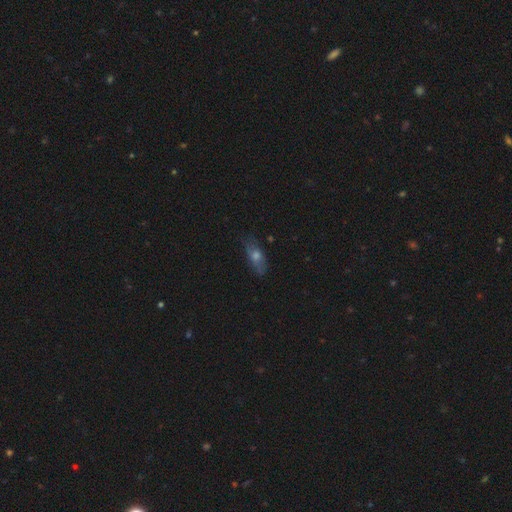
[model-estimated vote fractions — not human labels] smooth 54%, featured or disk 34%, star or artifact 12%. Down the decision tree: how rounded — in between (66%); merging — none (75%).